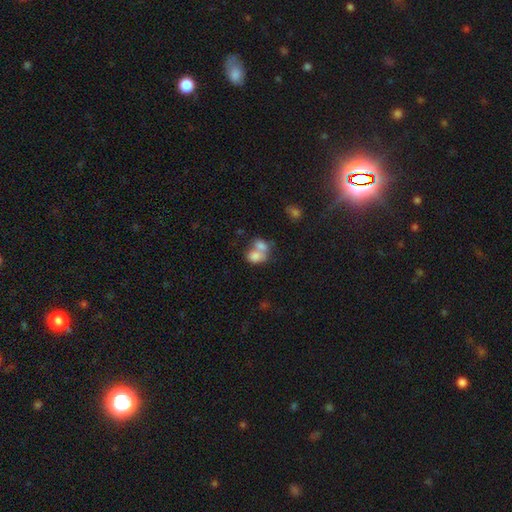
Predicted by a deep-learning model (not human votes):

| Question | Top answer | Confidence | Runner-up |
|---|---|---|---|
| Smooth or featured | smooth | 75% | featured or disk (16%) |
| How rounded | in between | 66% | round (33%) |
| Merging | merger | 70% | none (19%) |